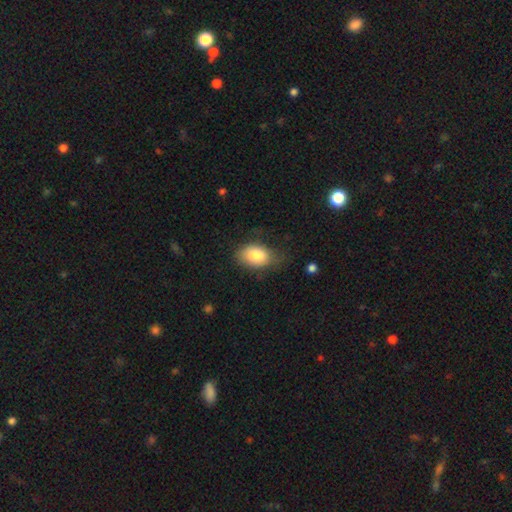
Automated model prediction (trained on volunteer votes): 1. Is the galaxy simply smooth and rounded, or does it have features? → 81% smooth, 12% featured or disk, 8% star or artifact.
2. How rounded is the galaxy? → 86% in between, 13% round, 1% cigar-shaped.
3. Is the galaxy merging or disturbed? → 59% none, 30% minor disturbance, 10% major disturbance, 2% merger.